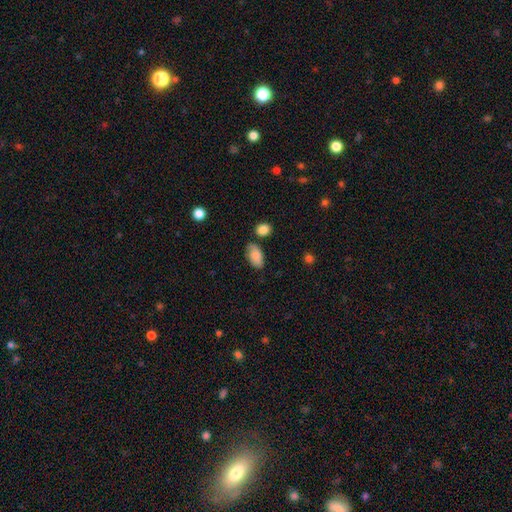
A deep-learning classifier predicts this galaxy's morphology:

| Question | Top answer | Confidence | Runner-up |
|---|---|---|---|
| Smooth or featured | smooth | 84% | featured or disk (9%) |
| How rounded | in between | 94% | round (4%) |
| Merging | none | 68% | minor disturbance (21%) |